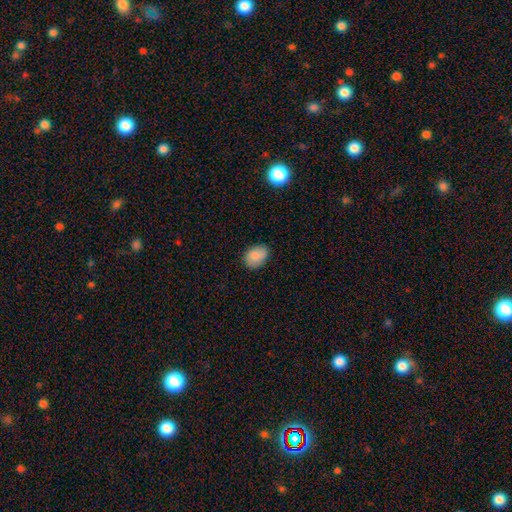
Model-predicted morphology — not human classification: A smooth galaxy with no disk features (86%) that is in between round and cigar-shaped (75%).

Vote fractions:
- Smooth or featured? smooth: 86% / star or artifact: 8% / featured or disk: 6%
- How rounded? in between: 75% / round: 24% / cigar-shaped: 1%
- Merging? none: 79% / minor disturbance: 17% / major disturbance: 3% / merger: 1%